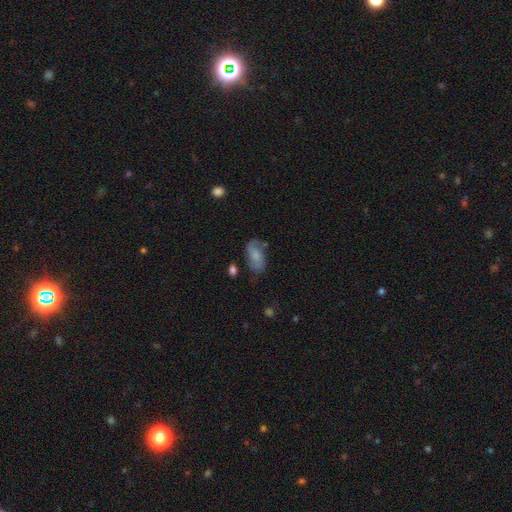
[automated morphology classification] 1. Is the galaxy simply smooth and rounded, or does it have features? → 57% smooth, 35% featured or disk, 8% star or artifact.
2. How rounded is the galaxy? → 91% in between, 6% round, 3% cigar-shaped.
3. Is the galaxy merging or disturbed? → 59% none, 26% minor disturbance, 11% major disturbance, 4% merger.